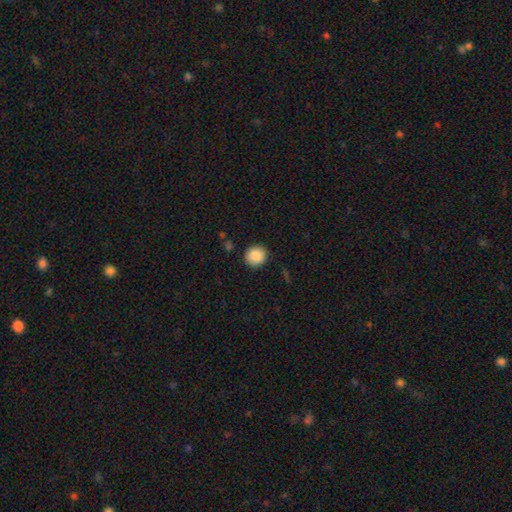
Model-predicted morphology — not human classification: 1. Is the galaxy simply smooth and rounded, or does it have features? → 89% smooth, 8% star or artifact, 3% featured or disk.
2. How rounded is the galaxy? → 91% round, 8% in between, 1% cigar-shaped.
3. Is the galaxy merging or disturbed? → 90% none, 7% minor disturbance, 2% major disturbance, 1% merger.